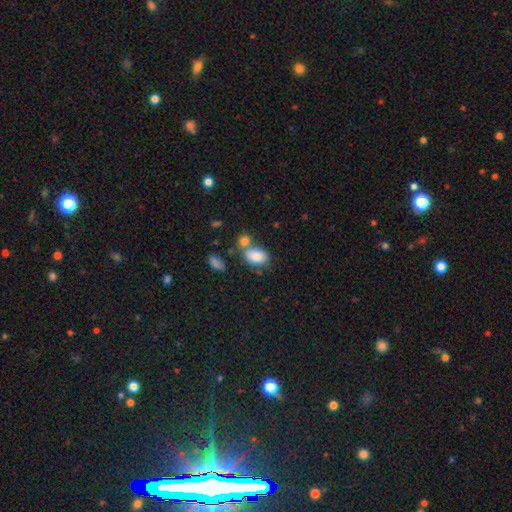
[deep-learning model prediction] Smooth or featured: smooth — 85% (star or artifact — 8%)
How rounded: in between — 89% (round — 9%)
Merging: none — 46% (merger — 36%)